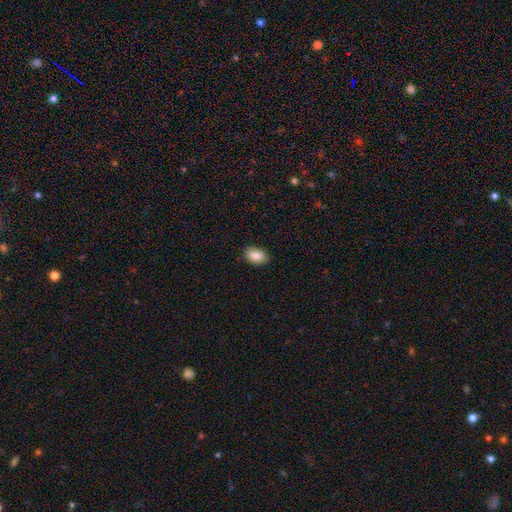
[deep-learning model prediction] This appears to be a smooth galaxy with no disk features (88%) that is in between round and cigar-shaped (89%). Merging: none (88%).